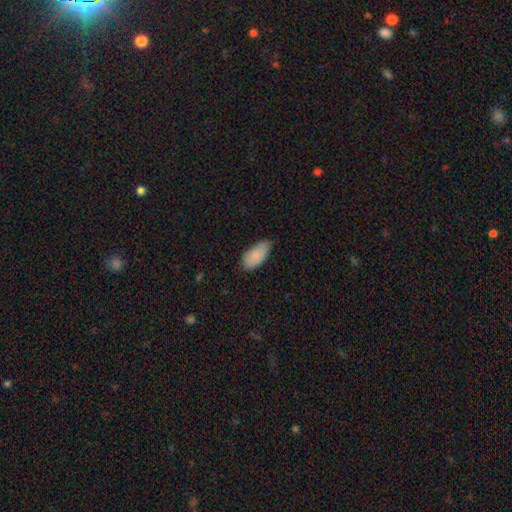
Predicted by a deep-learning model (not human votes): smooth 86%, featured or disk 8%, star or artifact 6%. Down the decision tree: how rounded — in between (94%); merging — none (69%).